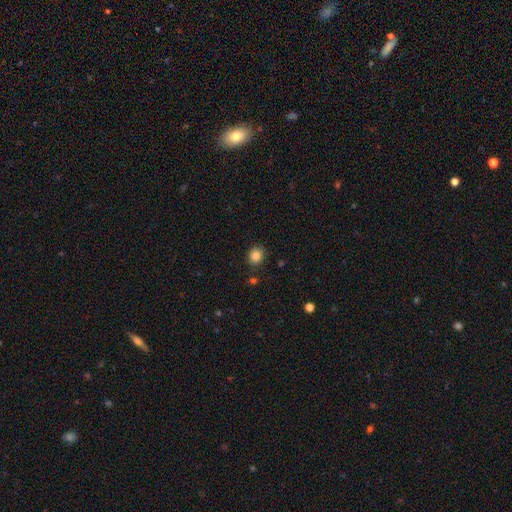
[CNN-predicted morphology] This appears to be a smooth galaxy with no disk features (84%) that is round (72%). Merging: none (86%).